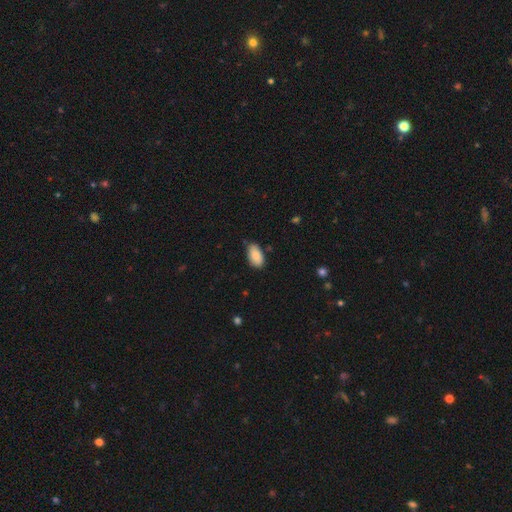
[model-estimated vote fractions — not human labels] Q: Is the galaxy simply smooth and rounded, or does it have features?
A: smooth — 88%.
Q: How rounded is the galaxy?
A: in between — 95%.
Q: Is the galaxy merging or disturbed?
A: none — 75%.